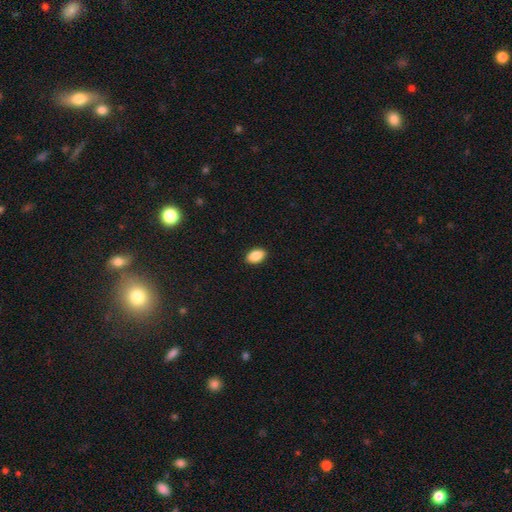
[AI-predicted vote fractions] smooth_or_featured: smooth (p=0.87) [alt: star or artifact p=0.07]
how_rounded: in between (p=0.91) [alt: round p=0.07]
merging: none (p=0.90) [alt: minor disturbance p=0.07]